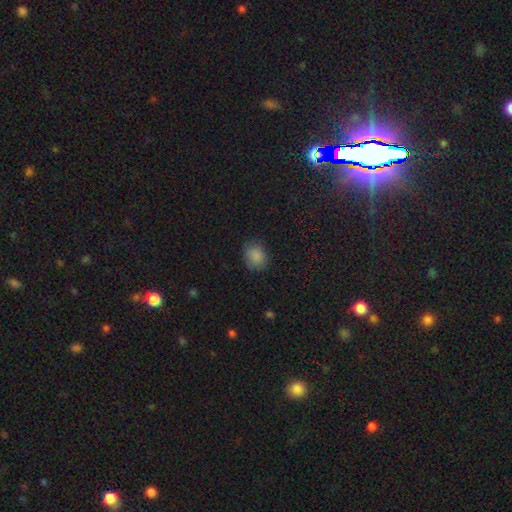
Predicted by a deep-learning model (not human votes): A smooth galaxy with no disk features (86%) that is round (50%).

Vote fractions:
- Smooth or featured? smooth: 86% / star or artifact: 9% / featured or disk: 5%
- How rounded? round: 50% / in between: 49% / cigar-shaped: 1%
- Merging? none: 78% / minor disturbance: 17% / major disturbance: 4% / merger: 1%